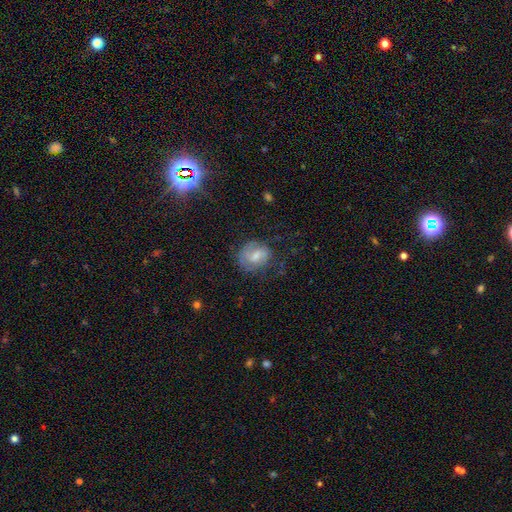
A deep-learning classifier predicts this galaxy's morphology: Smooth or featured?
  - featured or disk: 53% *
  - smooth: 38%
  - star or artifact: 9%
Edge-on disk?
  - no: 97% *
  - yes: 3%
Bar?
  - weak: 54% *
  - no: 33%
  - strong: 13%
Spiral arms?
  - yes: 74% *
  - no: 26%
Bulge size?
  - moderate: 43% *
  - small: 38%
  - none: 12%
  - large: 6%
  - dominant: 1%
Merging?
  - none: 53% *
  - minor disturbance: 25%
  - major disturbance: 21%
  - merger: 2%